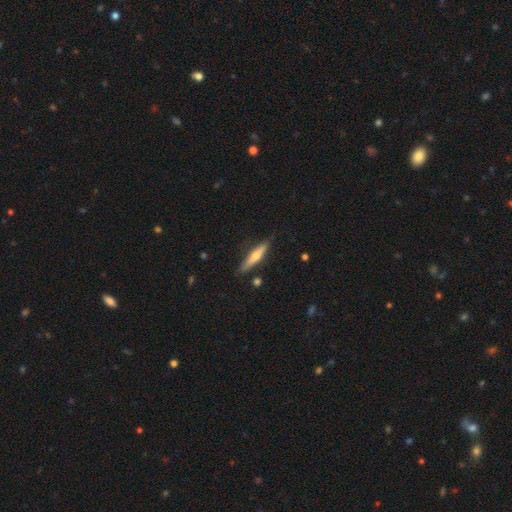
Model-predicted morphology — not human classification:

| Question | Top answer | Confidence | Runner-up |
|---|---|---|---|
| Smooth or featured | featured or disk | 50% | smooth (44%) |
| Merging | none | 84% | minor disturbance (11%) |